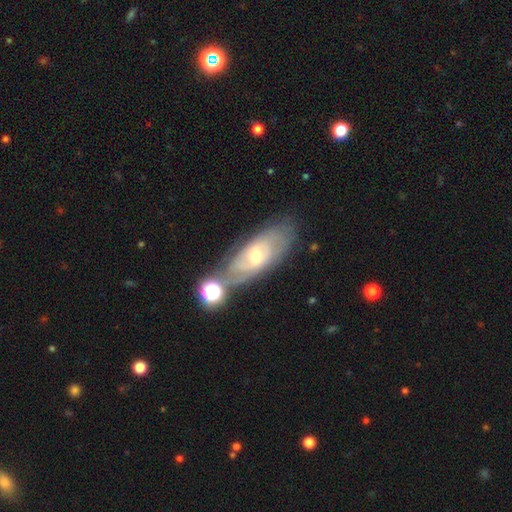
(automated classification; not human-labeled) Smooth or featured?
  - featured or disk: 71% *
  - smooth: 21%
  - star or artifact: 9%
Edge-on disk?
  - no: 86% *
  - yes: 14%
Bar?
  - no: 60% *
  - weak: 33%
  - strong: 7%
Spiral arms?
  - yes: 81% *
  - no: 19%
Bulge size?
  - moderate: 53% *
  - small: 41%
  - large: 4%
  - none: 1%
  - dominant: 1%
Merging?
  - none: 64% *
  - minor disturbance: 19%
  - merger: 11%
  - major disturbance: 7%